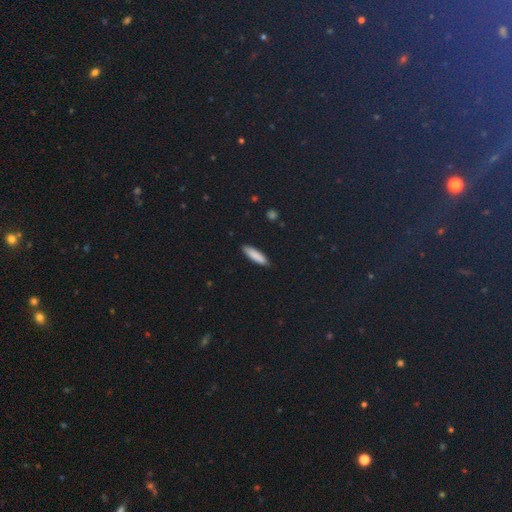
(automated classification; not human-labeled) A smooth galaxy with no disk features (86%) that is cigar-shaped (72%). Merging: none (89%).